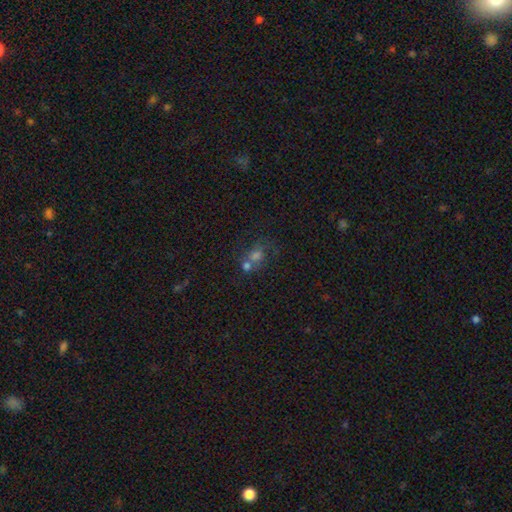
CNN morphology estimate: A smooth galaxy with no disk features (59%) that is round (69%). Merging: merger (47%).